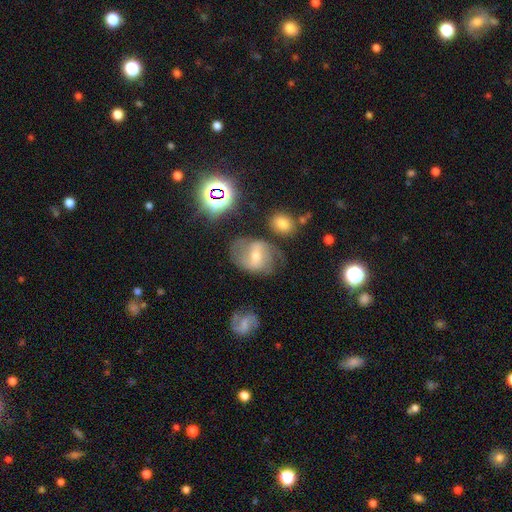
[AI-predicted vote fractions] Smooth or featured? Predicted: featured or disk (p=0.65). Edge-on disk? Predicted: no (p=0.96). Bar? Predicted: weak (p=0.47). Spiral arms? Predicted: yes (p=0.84). Spiral winding? Predicted: medium (p=0.46). Spiral arm count? Predicted: 2 (p=0.72). Bulge size? Predicted: moderate (p=0.50). Merging? Predicted: none (p=0.59).